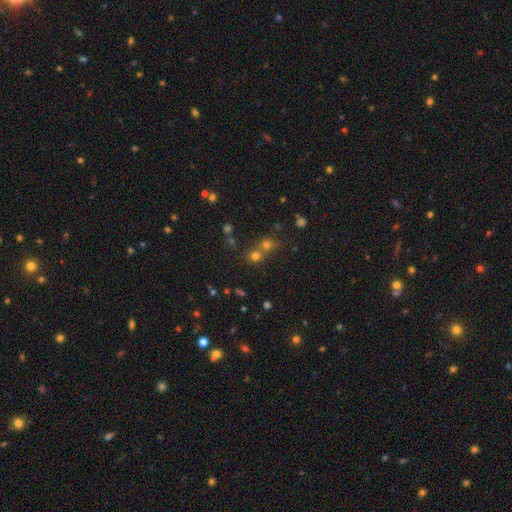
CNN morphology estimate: type=smooth (59%); roundness=round (86%); merging=none (52%).